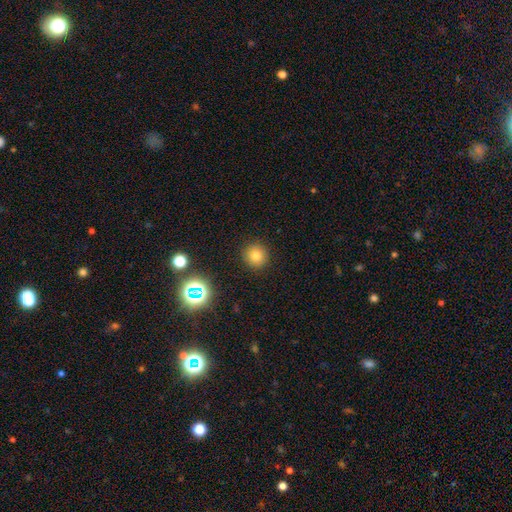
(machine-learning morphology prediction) Smooth or featured: smooth — 76% (star or artifact — 16%)
How rounded: round — 93% (in between — 6%)
Merging: none — 91% (minor disturbance — 6%)